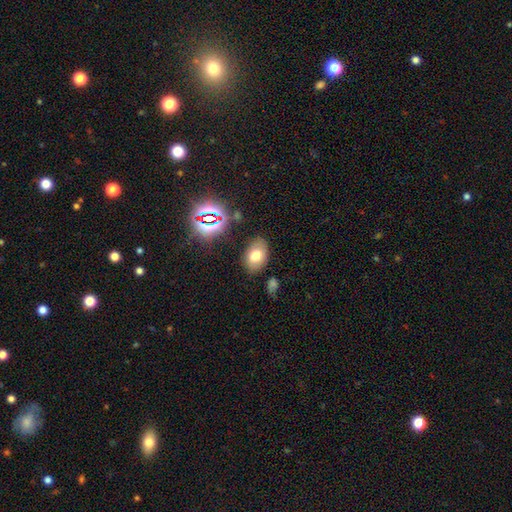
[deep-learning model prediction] smooth-or-featured: smooth: 70% | featured or disk: 16% | star or artifact: 14%
  how-rounded: in between: 85% | round: 14% | cigar-shaped: 1%
  merging: none: 80% | minor disturbance: 13% | major disturbance: 4% | merger: 3%